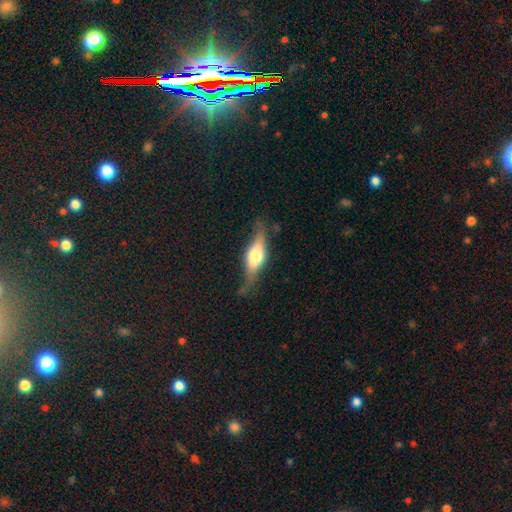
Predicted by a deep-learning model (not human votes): Q: Smooth or featured?
A: featured or disk (55%); runner-up: smooth (39%)
Q: Edge-on disk?
A: yes (86%); runner-up: no (14%)
Q: Merging?
A: none (64%); runner-up: minor disturbance (24%)